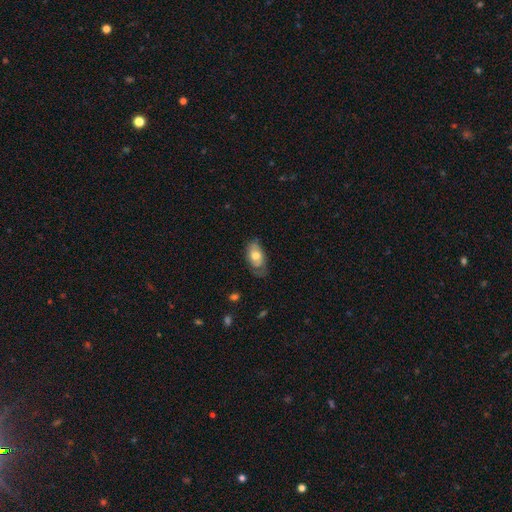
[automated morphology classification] smooth-or-featured: smooth: 60% | featured or disk: 34% | star or artifact: 6%
  how-rounded: in between: 91% | round: 6% | cigar-shaped: 3%
  merging: none: 54% | minor disturbance: 32% | major disturbance: 13% | merger: 2%